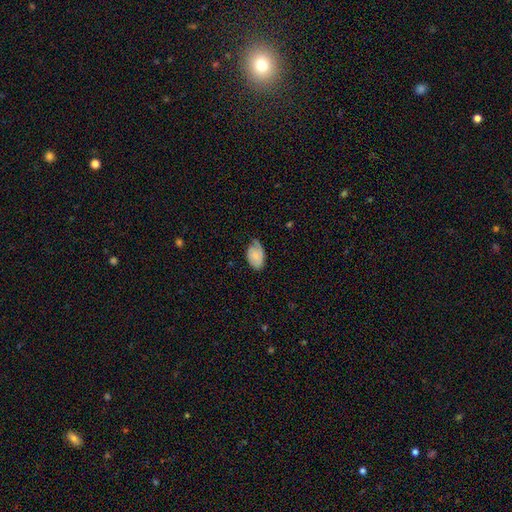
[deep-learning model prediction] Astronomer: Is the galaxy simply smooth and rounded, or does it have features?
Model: smooth — 62%.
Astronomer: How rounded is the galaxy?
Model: in between — 89%.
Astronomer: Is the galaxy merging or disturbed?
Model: none — 49% (runner-up: minor disturbance, 36%).